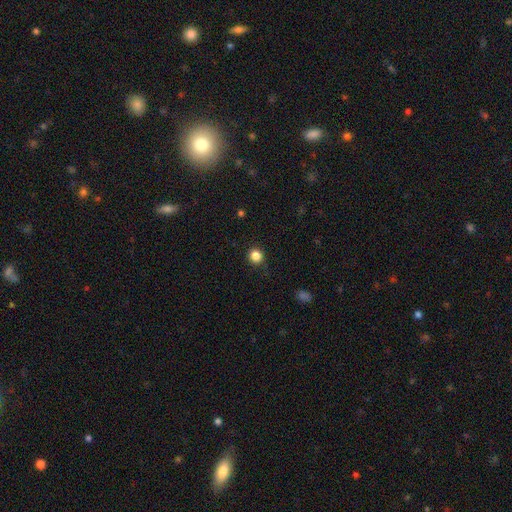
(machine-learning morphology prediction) Overall: smooth (84%). How rounded: round (93%). Merging: none (89%).